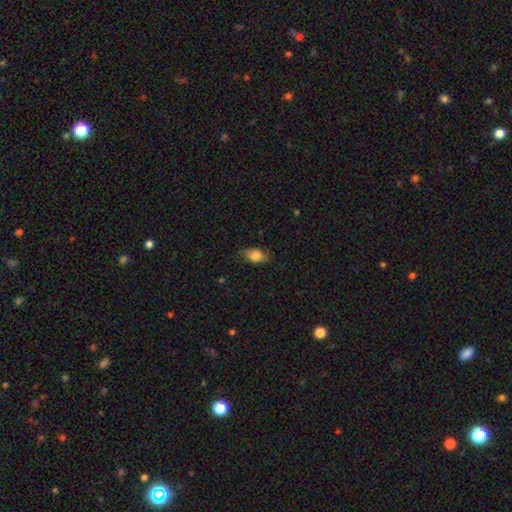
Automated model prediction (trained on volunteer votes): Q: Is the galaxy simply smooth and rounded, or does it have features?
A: smooth — 81%.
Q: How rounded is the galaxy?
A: in between — 84%.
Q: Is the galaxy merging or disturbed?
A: none — 76%.